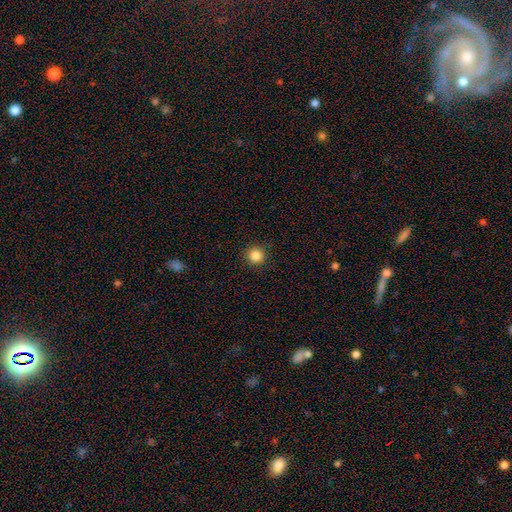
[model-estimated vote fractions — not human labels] Smooth or featured?
  - smooth: 85% *
  - star or artifact: 11%
  - featured or disk: 4%
How rounded?
  - round: 95% *
  - in between: 4%
  - cigar-shaped: 1%
Merging?
  - none: 92% *
  - minor disturbance: 5%
  - major disturbance: 2%
  - merger: 1%